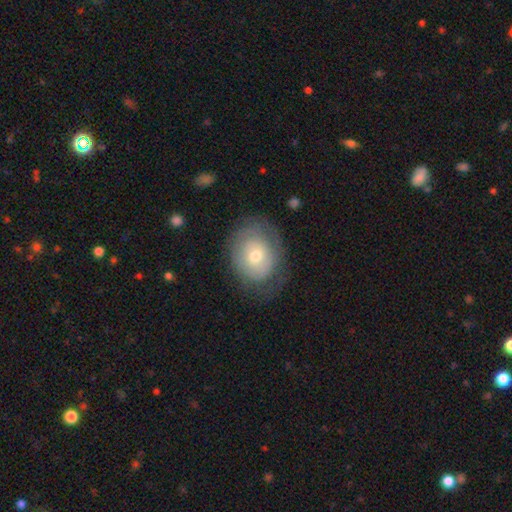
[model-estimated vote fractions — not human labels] A smooth galaxy with no disk features (56%) that is in between round and cigar-shaped (51%). Merging: none (65%).